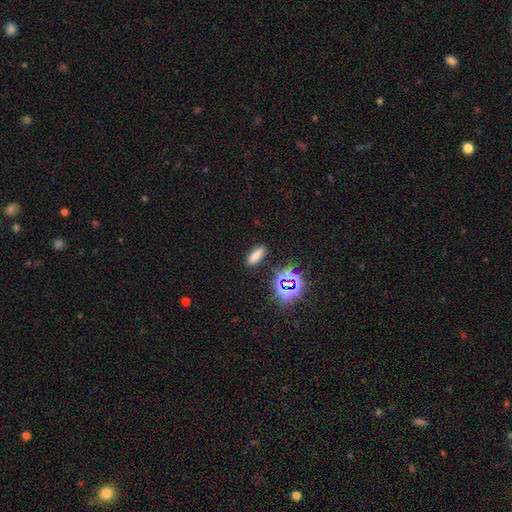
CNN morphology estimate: type=smooth (73%); roundness=in between (63%); merging=none (87%).